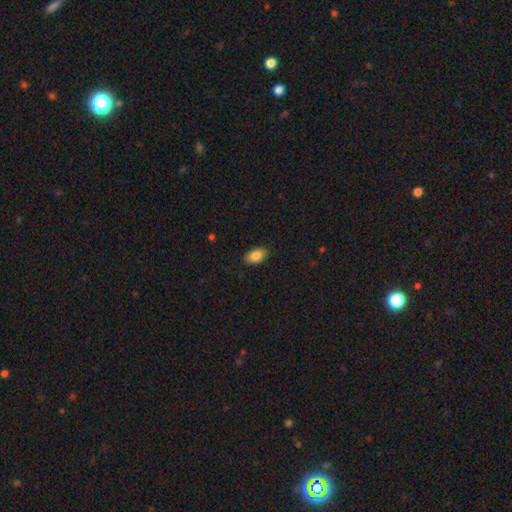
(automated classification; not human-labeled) Smooth or featured?
  - smooth: 86% *
  - star or artifact: 7%
  - featured or disk: 7%
How rounded?
  - in between: 92% *
  - round: 6%
  - cigar-shaped: 2%
Merging?
  - none: 88% *
  - minor disturbance: 9%
  - major disturbance: 2%
  - merger: 1%